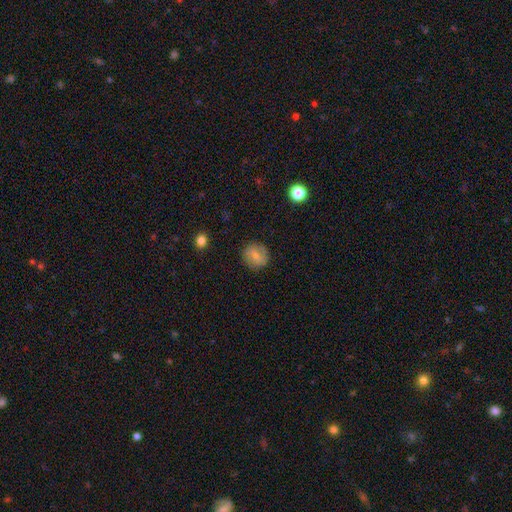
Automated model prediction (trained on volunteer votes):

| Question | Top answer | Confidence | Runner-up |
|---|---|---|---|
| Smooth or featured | smooth | 74% | featured or disk (17%) |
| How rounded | round | 81% | in between (18%) |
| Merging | none | 83% | minor disturbance (12%) |